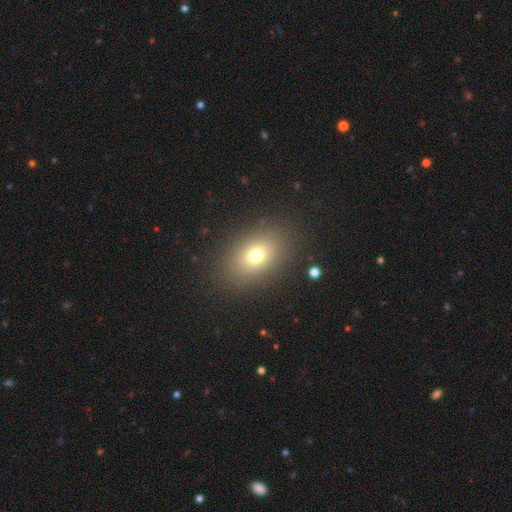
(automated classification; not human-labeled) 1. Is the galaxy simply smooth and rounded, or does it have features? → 74% smooth, 13% star or artifact, 13% featured or disk.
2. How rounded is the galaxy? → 78% in between, 21% round, 2% cigar-shaped.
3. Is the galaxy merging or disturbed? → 86% none, 9% minor disturbance, 4% major disturbance, 1% merger.